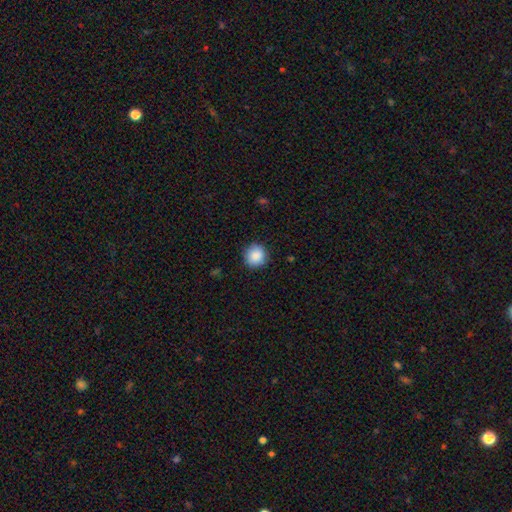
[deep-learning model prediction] Morphology: type=smooth (88%); roundness=round (93%); merging=none (89%).